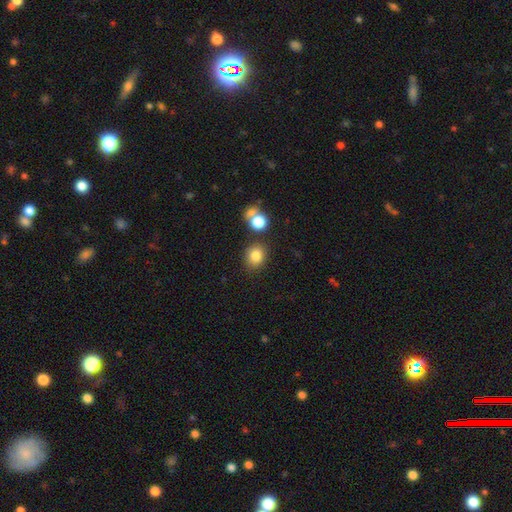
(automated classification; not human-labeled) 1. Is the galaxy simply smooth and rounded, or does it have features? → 81% smooth, 12% star or artifact, 7% featured or disk.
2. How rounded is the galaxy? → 70% round, 29% in between, 1% cigar-shaped.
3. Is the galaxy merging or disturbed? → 77% none, 10% minor disturbance, 9% merger, 3% major disturbance.